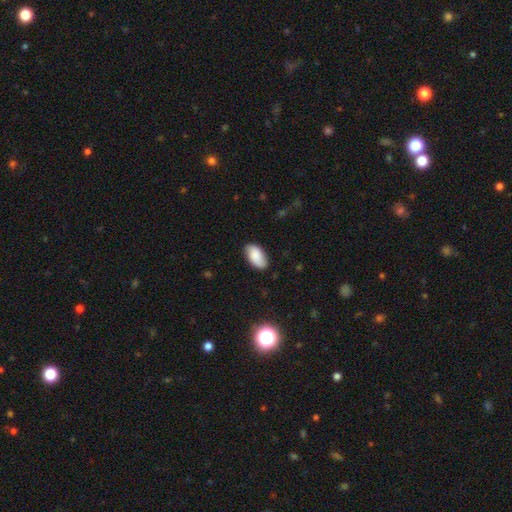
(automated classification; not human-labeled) Smooth or featured? Predicted: smooth (p=0.81). How rounded? Predicted: in between (p=0.95). Merging? Predicted: none (p=0.82).